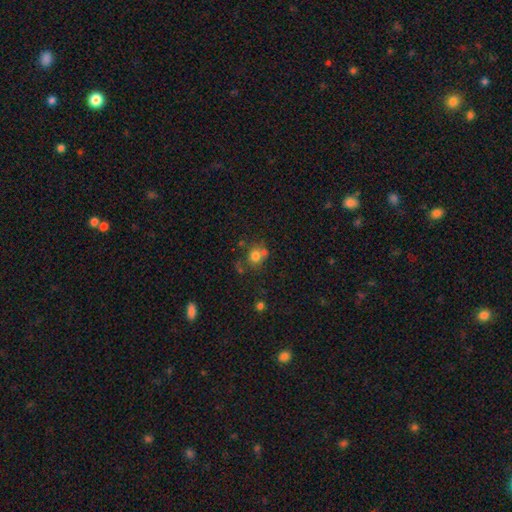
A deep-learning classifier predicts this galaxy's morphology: Smooth or featured: smooth — 73% (star or artifact — 14%)
How rounded: round — 78% (in between — 21%)
Merging: none — 53% (merger — 25%)